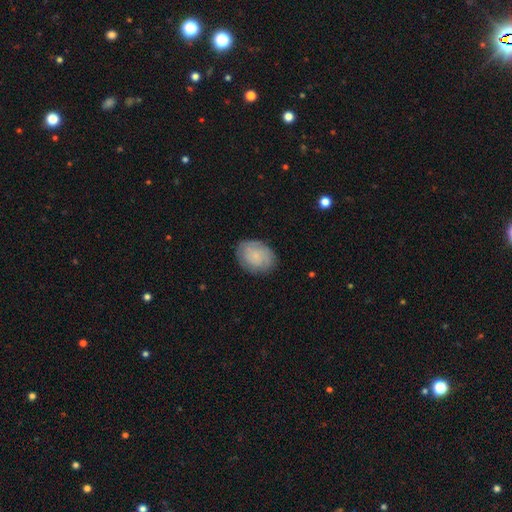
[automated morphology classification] The model was most divided on "smooth or featured": smooth: 51%, featured or disk: 40%, star or artifact: 8%. More confident: merging — none (79%); how rounded — in between (57%).